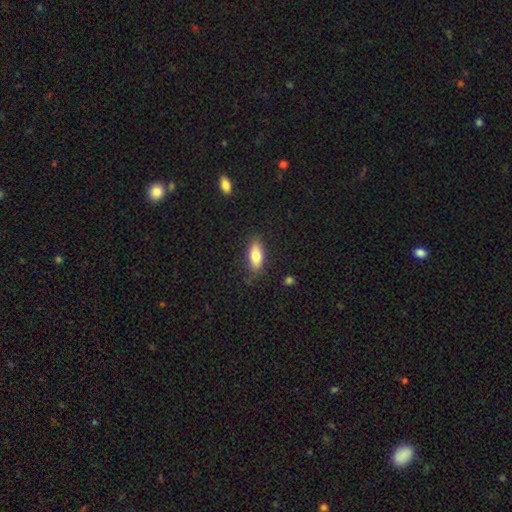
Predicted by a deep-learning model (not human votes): This appears to be a smooth galaxy with no disk features (78%) that is in between round and cigar-shaped (81%). Merging: none (80%).